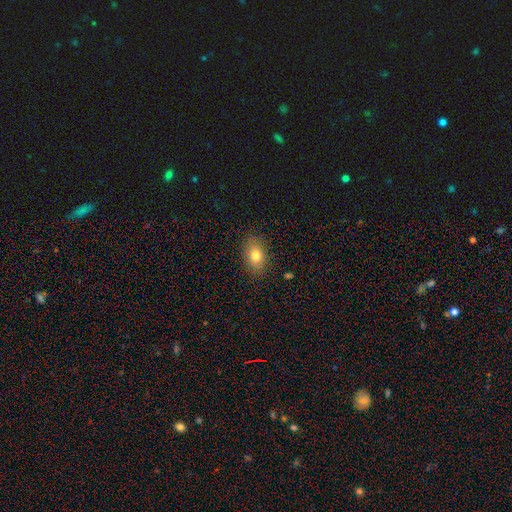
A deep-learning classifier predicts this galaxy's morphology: Smooth or featured: smooth — 78% (featured or disk — 12%)
How rounded: in between — 79% (round — 19%)
Merging: none — 86% (minor disturbance — 10%)